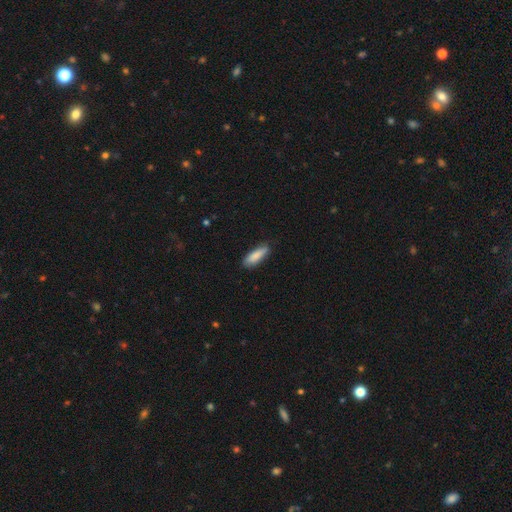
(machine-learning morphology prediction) A smooth galaxy with no disk features (85%) that is cigar-shaped (51%).

Vote fractions:
- Smooth or featured? smooth: 85% / featured or disk: 9% / star or artifact: 6%
- How rounded? cigar-shaped: 51% / in between: 47% / round: 2%
- Merging? none: 77% / minor disturbance: 19% / major disturbance: 3% / merger: 1%